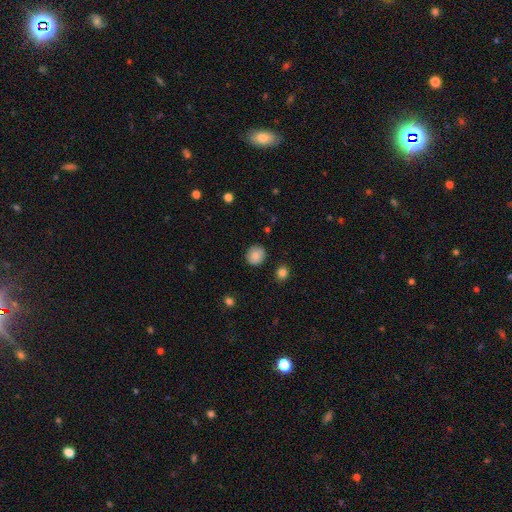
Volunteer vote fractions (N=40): Overall: smooth (88%). How rounded: round (94%). Merging: none (95%).